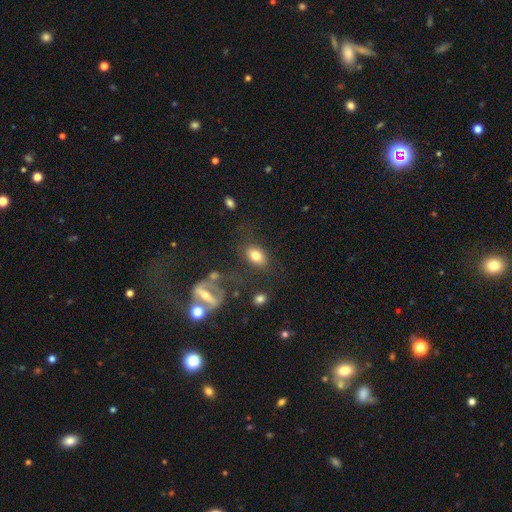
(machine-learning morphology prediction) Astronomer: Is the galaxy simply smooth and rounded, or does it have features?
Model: smooth — 74%.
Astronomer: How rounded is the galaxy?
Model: in between — 84%.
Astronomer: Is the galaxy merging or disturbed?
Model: none — 70%.